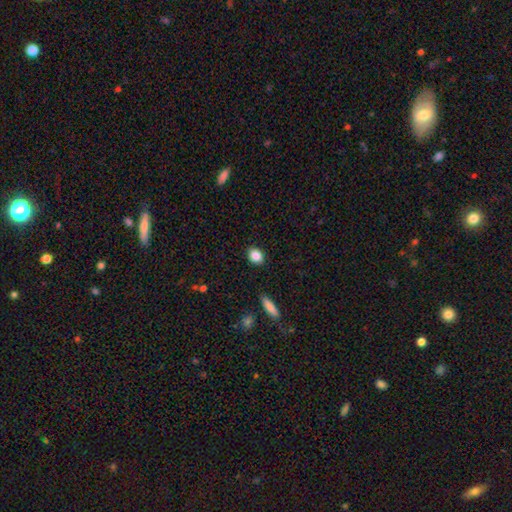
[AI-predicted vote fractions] smooth 86%, star or artifact 9%, featured or disk 5%. Down the decision tree: how rounded — in between (59%); merging — none (89%).